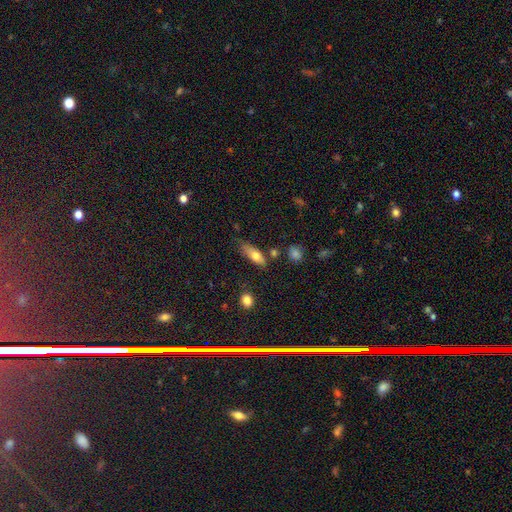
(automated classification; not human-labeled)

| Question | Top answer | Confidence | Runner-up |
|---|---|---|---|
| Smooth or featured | smooth | 73% | featured or disk (20%) |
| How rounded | in between | 66% | cigar-shaped (31%) |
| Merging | none | 58% | minor disturbance (27%) |